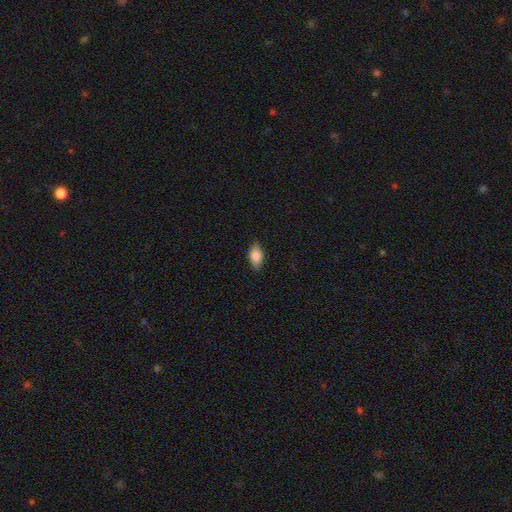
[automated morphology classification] A smooth galaxy with no disk features (83%) that is in between round and cigar-shaped (90%). Merging: none (83%).